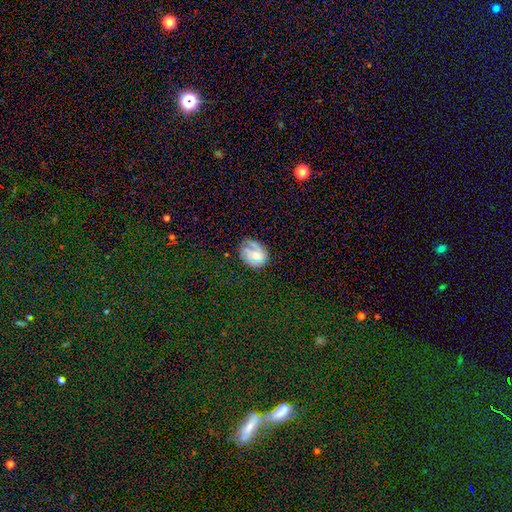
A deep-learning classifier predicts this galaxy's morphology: Smooth or featured? Predicted: smooth (p=0.53). How rounded? Predicted: in between (p=0.51). Merging? Predicted: none (p=0.57).